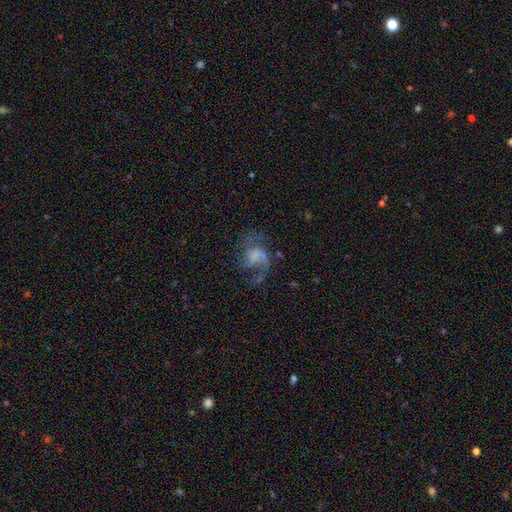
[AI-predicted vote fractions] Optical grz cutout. It shows a featured or disk galaxy (74%) with no bar (56%), 2 (37%) loose (44%, tied with medium) spiral arms (90%) and no central bulge (40%). Merging: none (46%).